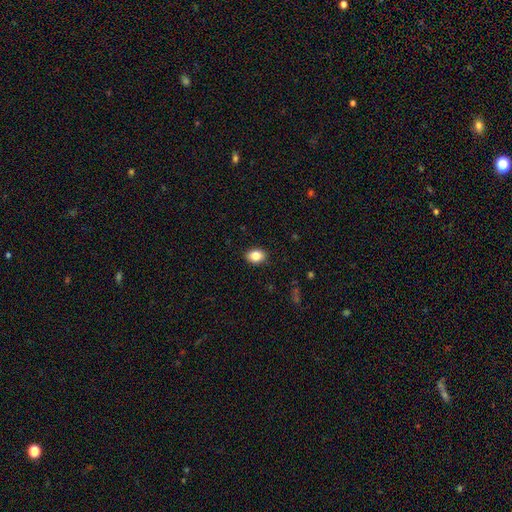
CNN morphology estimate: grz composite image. It shows a smooth galaxy with no disk features (85%) that is in between round and cigar-shaped (69%). Merging: none (90%).